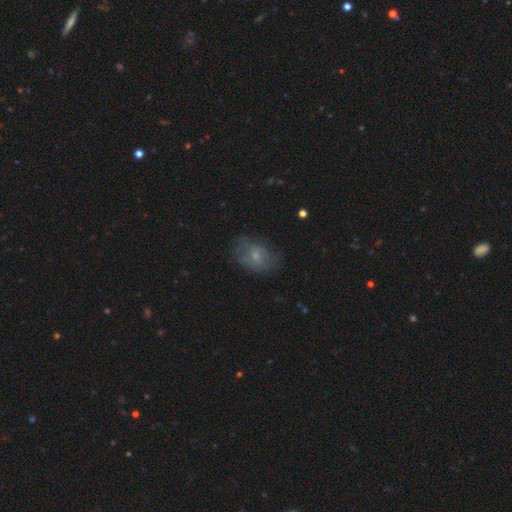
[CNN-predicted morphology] smooth 59%, featured or disk 32%, star or artifact 10%. Down the decision tree: how rounded — in between (74%); merging — none (61%).